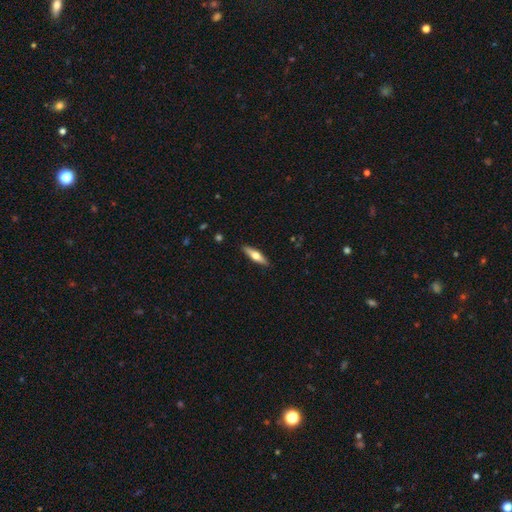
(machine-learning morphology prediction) This appears to be a smooth galaxy with no disk features (51%) that is cigar-shaped (69%). Merging: none (89%).